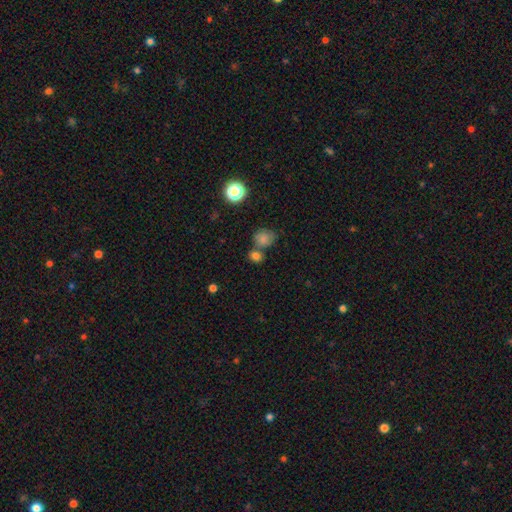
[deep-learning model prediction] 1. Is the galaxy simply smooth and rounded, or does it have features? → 77% smooth, 16% star or artifact, 7% featured or disk.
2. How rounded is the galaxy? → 64% round, 35% in between, 1% cigar-shaped.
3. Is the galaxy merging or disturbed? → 54% none, 32% merger, 10% minor disturbance, 4% major disturbance.